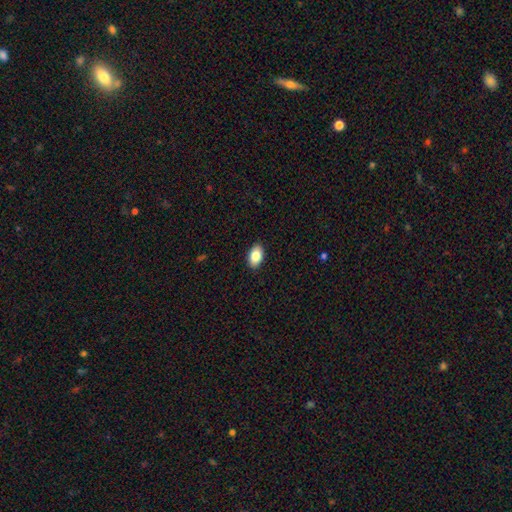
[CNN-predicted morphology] This appears to be a smooth galaxy with no disk features (85%) that is in between round and cigar-shaped (92%). Merging: none (90%).